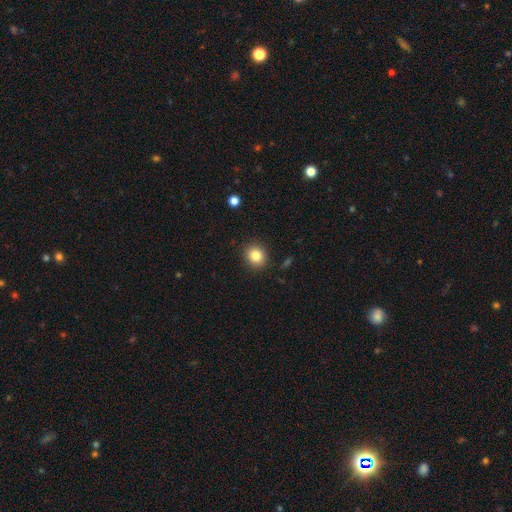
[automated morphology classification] Smooth or featured? smooth (83%)
How rounded? round (82%)
Merging? none (89%)